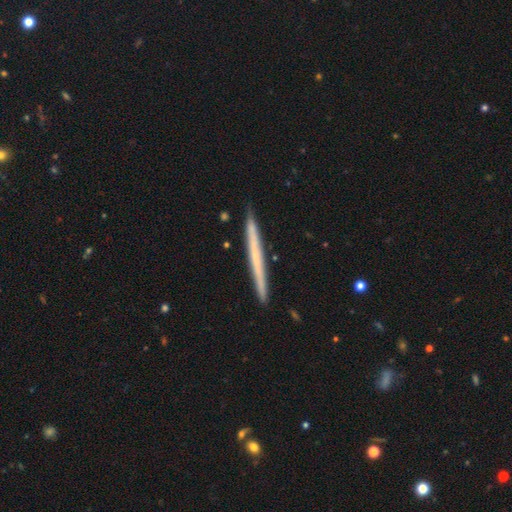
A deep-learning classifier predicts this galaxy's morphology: Smooth or featured? Predicted: featured or disk (p=0.50). Merging? Predicted: none (p=0.91).